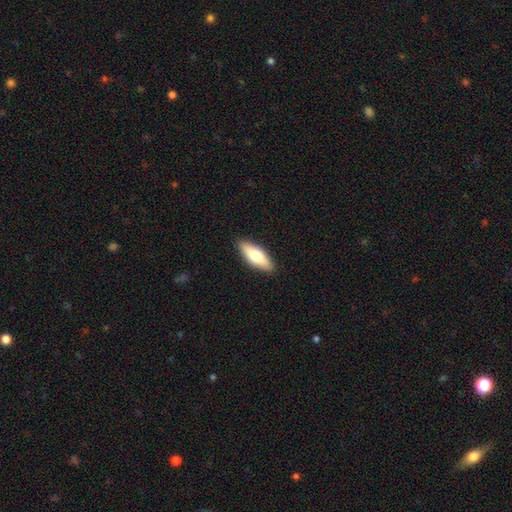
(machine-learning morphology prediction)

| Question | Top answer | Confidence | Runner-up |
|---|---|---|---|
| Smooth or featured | smooth | 67% | featured or disk (27%) |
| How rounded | in between | 67% | cigar-shaped (31%) |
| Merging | none | 89% | minor disturbance (8%) |